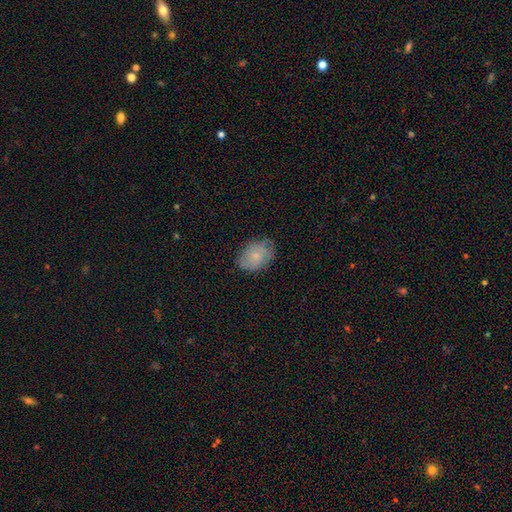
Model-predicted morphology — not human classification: Smooth or featured? Predicted: smooth (p=0.71). How rounded? Predicted: in between (p=0.71). Merging? Predicted: none (p=0.75).